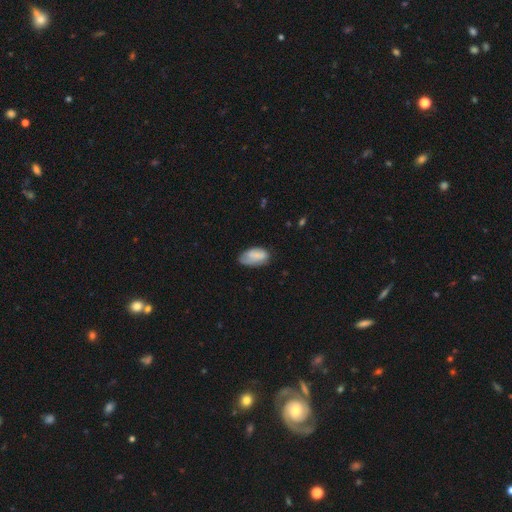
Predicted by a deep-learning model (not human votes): smooth-or-featured: smooth: 76% | featured or disk: 17% | star or artifact: 7%
  how-rounded: in between: 93% | round: 3% | cigar-shaped: 3%
  merging: none: 55% | minor disturbance: 33% | major disturbance: 10% | merger: 2%